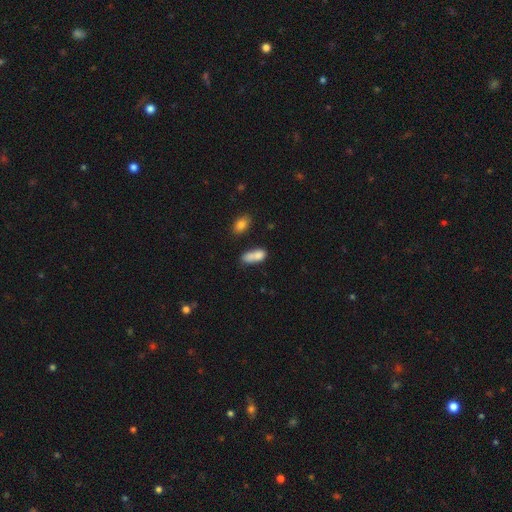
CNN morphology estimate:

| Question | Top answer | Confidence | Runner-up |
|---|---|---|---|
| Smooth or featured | smooth | 76% | featured or disk (14%) |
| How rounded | in between | 77% | cigar-shaped (15%) |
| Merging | merger | 41% | none (31%) |